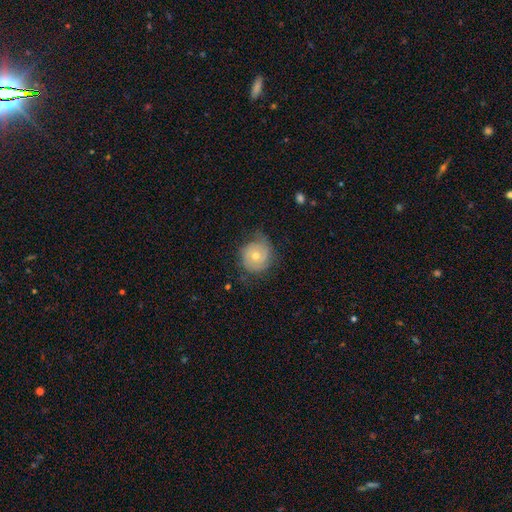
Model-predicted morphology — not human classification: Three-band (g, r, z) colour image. It shows a featured or disk galaxy (61%) with no bar (81%), spiral arms (81%) and a moderate central bulge (56%). Merging: none (67%).